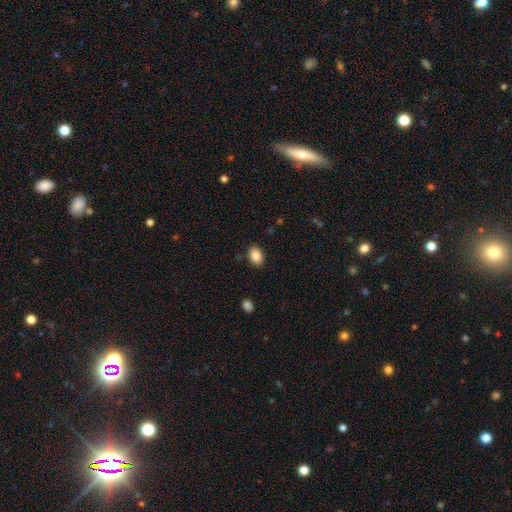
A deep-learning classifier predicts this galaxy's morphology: Smooth or featured: smooth — 88% (star or artifact — 8%)
How rounded: in between — 82% (round — 17%)
Merging: none — 87% (minor disturbance — 9%)